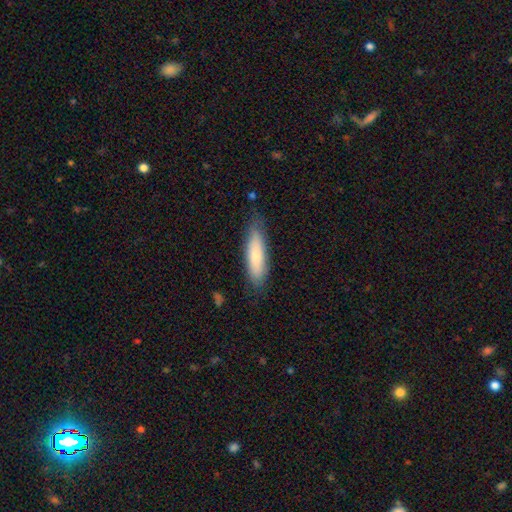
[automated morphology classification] The model was most divided on "how rounded": cigar-shaped: 69%, in between: 30%, round: 1%. More confident: merging — none (79%); smooth or featured — smooth (79%).